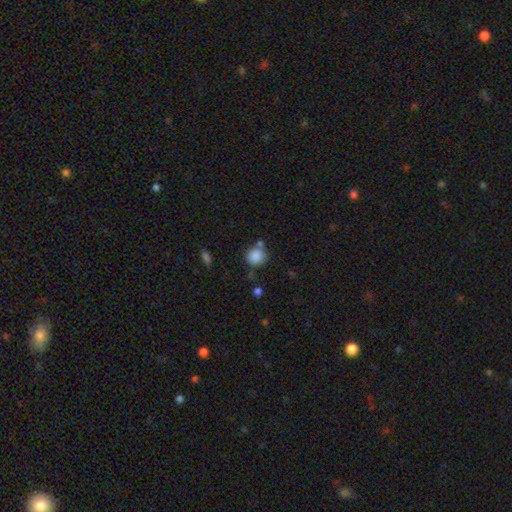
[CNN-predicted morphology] The model was most divided on "merging": none: 66%, merger: 15%, minor disturbance: 14%, major disturbance: 5%. More confident: smooth or featured — smooth (86%); how rounded — round (84%).